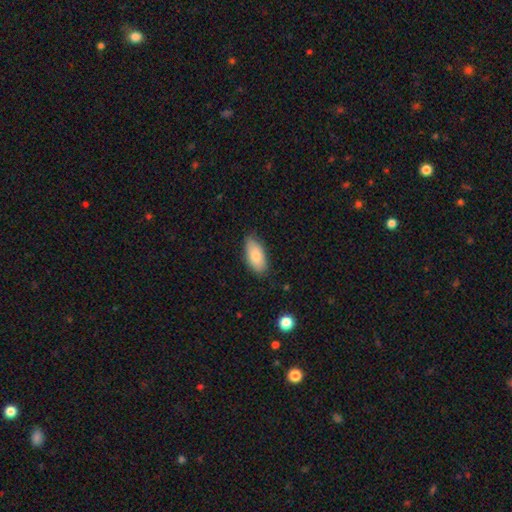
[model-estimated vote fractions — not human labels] Smooth or featured? Predicted: smooth (p=0.81). How rounded? Predicted: in between (p=0.92). Merging? Predicted: none (p=0.78).